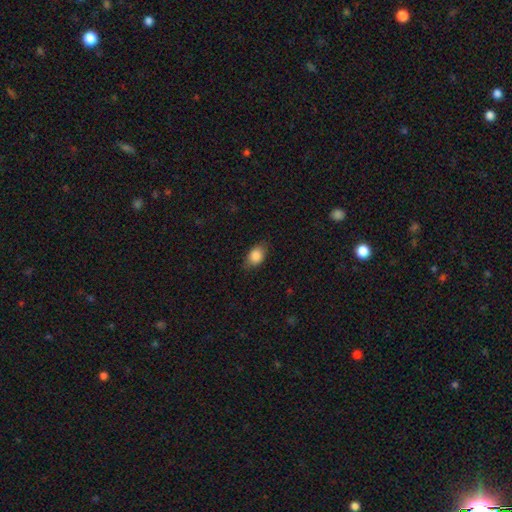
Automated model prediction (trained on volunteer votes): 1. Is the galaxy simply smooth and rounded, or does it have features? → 86% smooth, 8% star or artifact, 6% featured or disk.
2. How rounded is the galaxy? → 76% in between, 22% round, 2% cigar-shaped.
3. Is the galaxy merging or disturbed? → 79% none, 17% minor disturbance, 4% major disturbance, 1% merger.